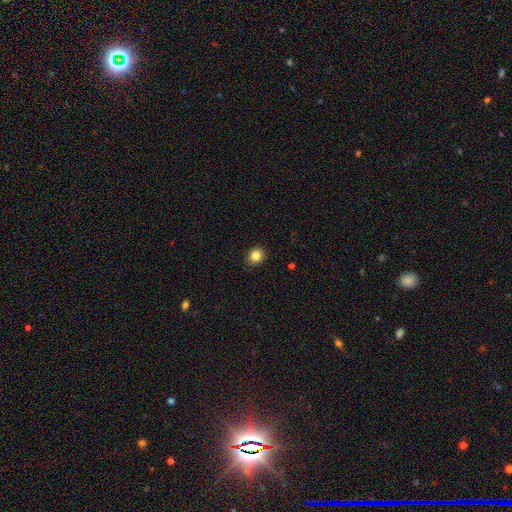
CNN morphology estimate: Smooth or featured: smooth — 84% (star or artifact — 10%)
How rounded: round — 63% (in between — 36%)
Merging: none — 89% (minor disturbance — 8%)